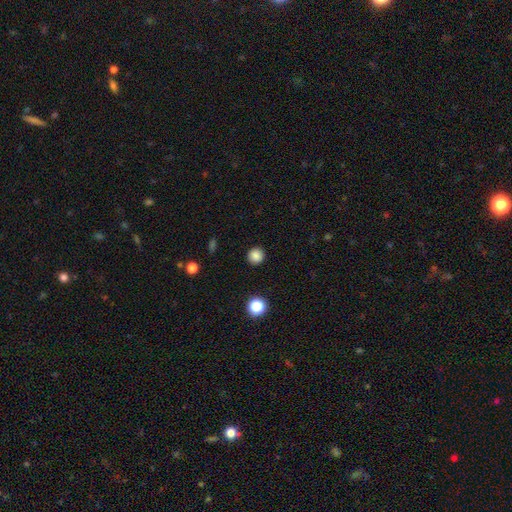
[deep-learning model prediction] Smooth or featured: smooth — 86% (star or artifact — 11%)
How rounded: round — 93% (in between — 6%)
Merging: none — 92% (minor disturbance — 5%)